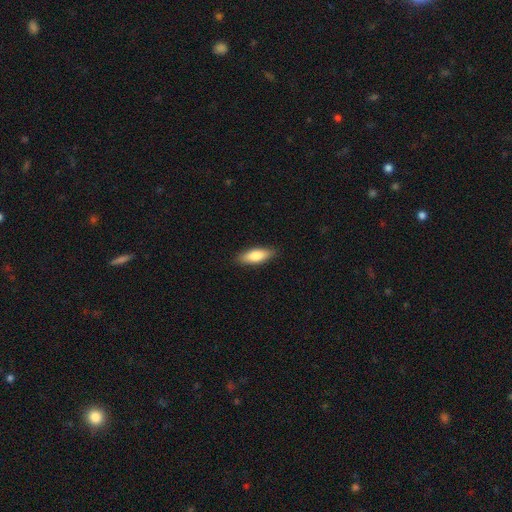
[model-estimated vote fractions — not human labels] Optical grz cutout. It shows a smooth galaxy with no disk features (80%) that is in between round and cigar-shaped (65%). Merging: none (88%).